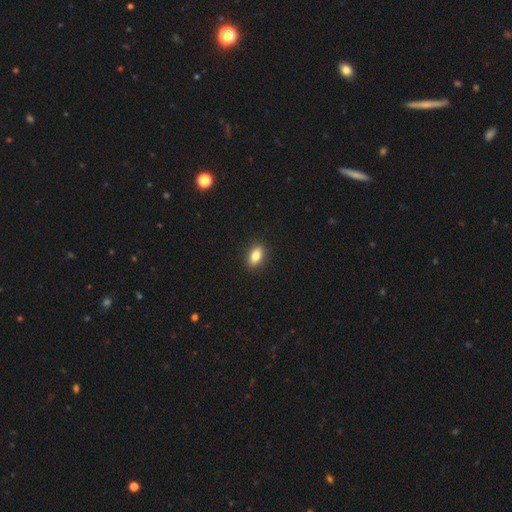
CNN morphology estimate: Smooth or featured?
  - smooth: 84% *
  - star or artifact: 8%
  - featured or disk: 8%
How rounded?
  - in between: 86% *
  - round: 9%
  - cigar-shaped: 5%
Merging?
  - none: 90% *
  - minor disturbance: 7%
  - major disturbance: 2%
  - merger: 1%